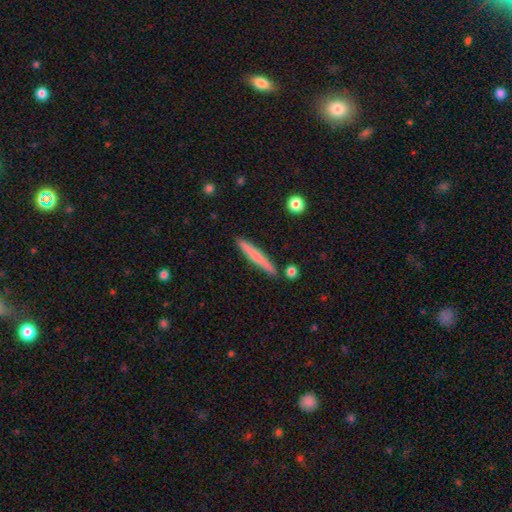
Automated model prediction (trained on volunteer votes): A smooth galaxy with no disk features (58%) that is cigar-shaped (95%). Merging: none (88%).